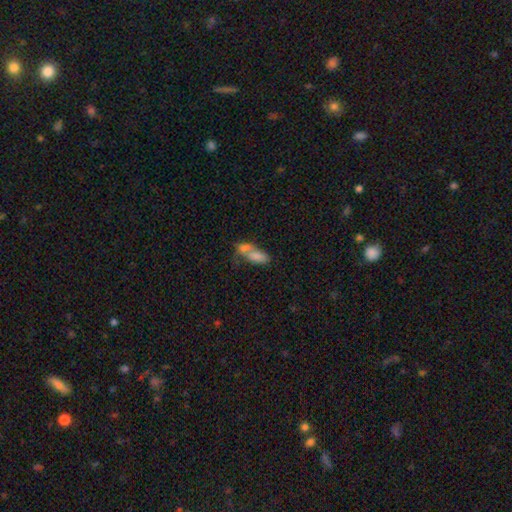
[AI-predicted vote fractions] Overall: smooth (73%). How rounded: in between (82%). Merging: merger (61%).